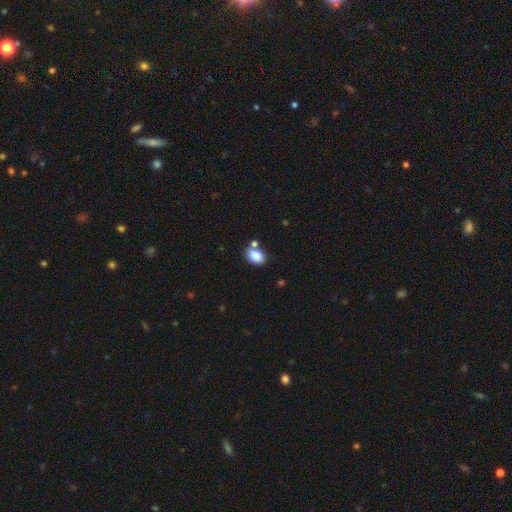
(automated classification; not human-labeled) Smooth or featured?
  - smooth: 85% *
  - star or artifact: 9%
  - featured or disk: 6%
How rounded?
  - in between: 81% *
  - round: 18%
  - cigar-shaped: 1%
Merging?
  - none: 62% *
  - merger: 21%
  - minor disturbance: 13%
  - major disturbance: 4%